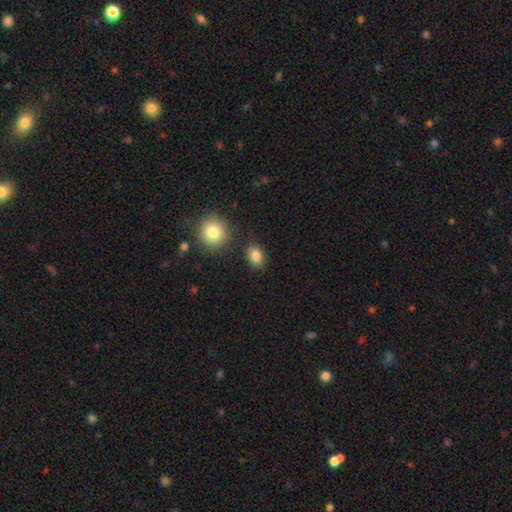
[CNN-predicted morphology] A smooth galaxy with no disk features (84%) that is in between round and cigar-shaped (72%). Merging: none (82%).